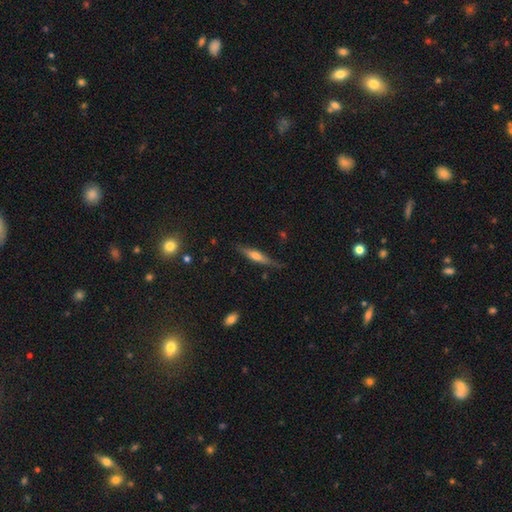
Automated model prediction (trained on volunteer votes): Smooth or featured: featured or disk — 48% (smooth — 45%)
Merging: none — 75% (minor disturbance — 19%)